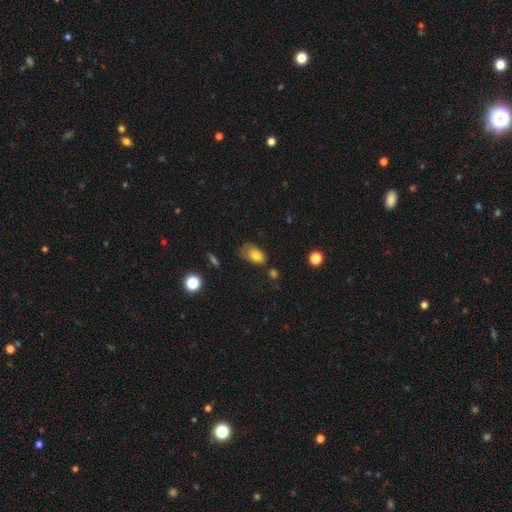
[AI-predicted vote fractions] smooth_or_featured: smooth (p=0.79) [alt: featured or disk p=0.12]
how_rounded: in between (p=0.89) [alt: round p=0.09]
merging: none (p=0.48) [alt: minor disturbance p=0.35]